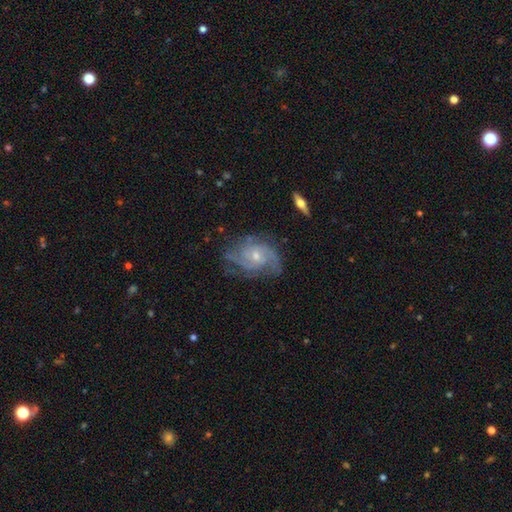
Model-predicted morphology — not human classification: This appears to be a featured or disk galaxy (85%) with no bar (68%), 2 (32%) medium (44%) spiral arms (95%) and a small central bulge (61%). Merging: none (65%).